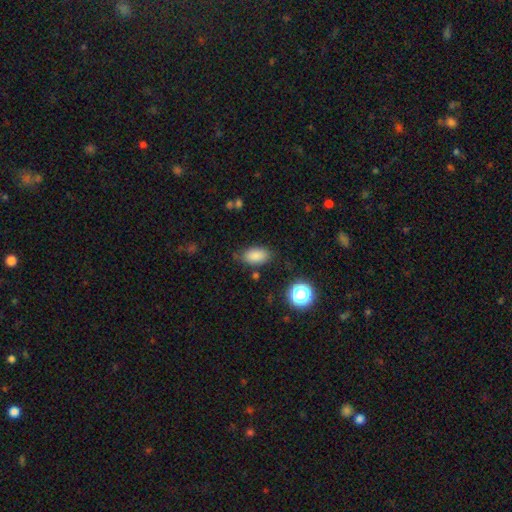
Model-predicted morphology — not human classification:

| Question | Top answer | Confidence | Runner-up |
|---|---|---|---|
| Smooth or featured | smooth | 84% | star or artifact (10%) |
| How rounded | in between | 91% | round (7%) |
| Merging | none | 74% | minor disturbance (19%) |